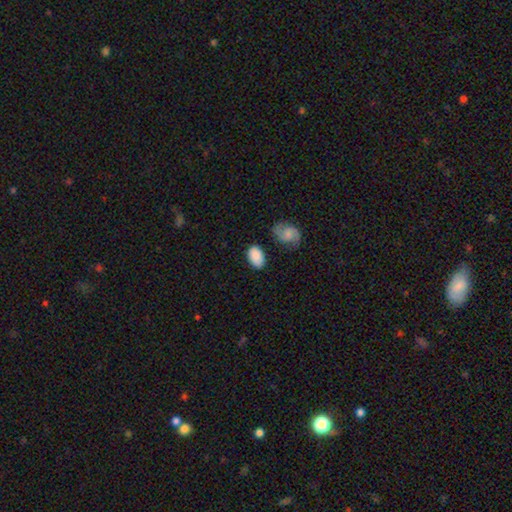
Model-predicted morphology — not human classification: Overall: smooth (84%). How rounded: in between (90%). Merging: none (72%).